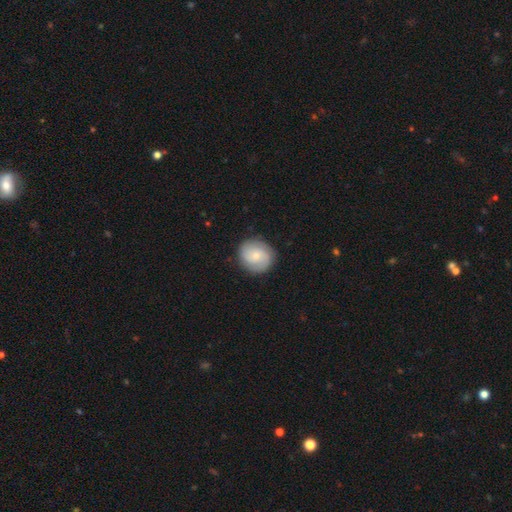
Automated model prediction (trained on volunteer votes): smooth_or_featured: featured or disk (p=0.53) [alt: smooth p=0.40]
disk_edge_on: no (p=0.98) [alt: yes p=0.02]
bar: no (p=0.69) [alt: weak p=0.27]
has_spiral_arms: yes (p=0.89) [alt: no p=0.11]
bulge_size: small (p=0.62) [alt: moderate p=0.32]
merging: none (p=0.85) [alt: minor disturbance p=0.10]